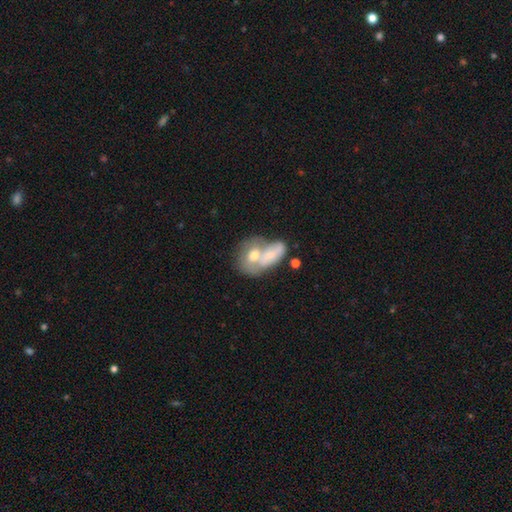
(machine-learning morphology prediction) Smooth or featured: smooth — 50% (featured or disk — 41%)
Merging: merger — 70% (none — 14%)